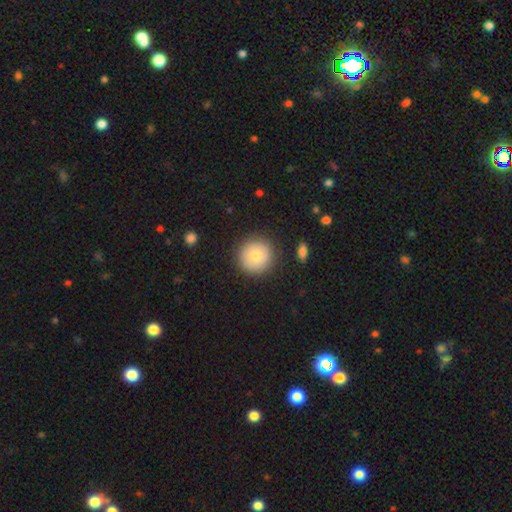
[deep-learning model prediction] smooth 69%, featured or disk 23%, star or artifact 8%. Down the decision tree: how rounded — round (95%); merging — none (89%).